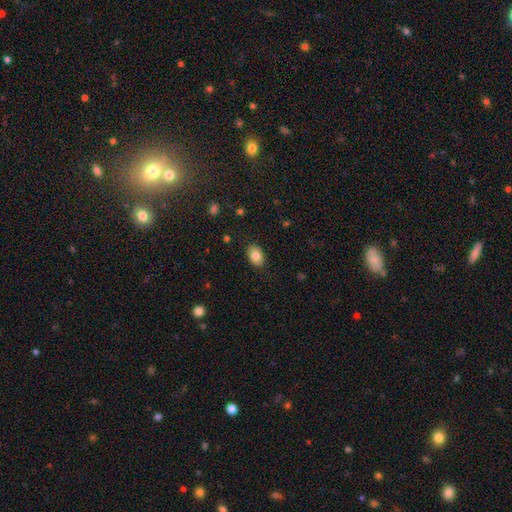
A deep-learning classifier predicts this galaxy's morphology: smooth_or_featured: smooth (p=0.85) [alt: featured or disk p=0.08]
how_rounded: in between (p=0.84) [alt: round p=0.15]
merging: none (p=0.87) [alt: minor disturbance p=0.10]